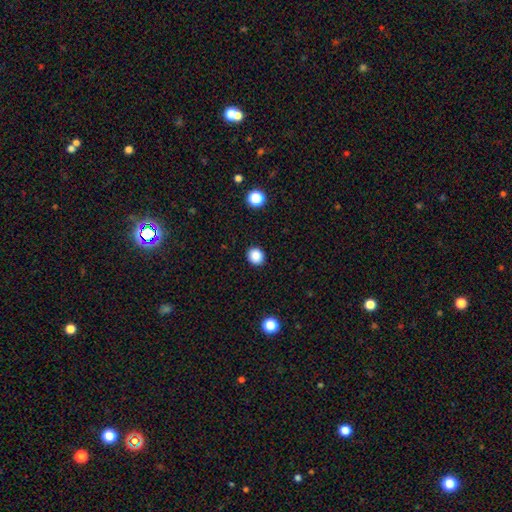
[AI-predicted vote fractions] Smooth or featured? smooth (87%)
How rounded? round (79%)
Merging? none (91%)